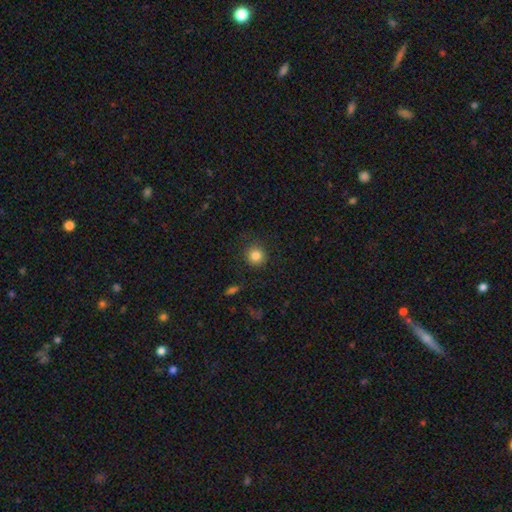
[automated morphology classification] Smooth or featured: smooth — 84% (star or artifact — 11%)
How rounded: round — 93% (in between — 6%)
Merging: none — 89% (minor disturbance — 7%)